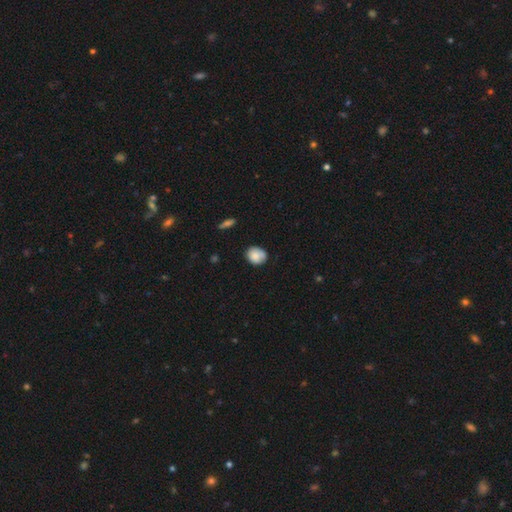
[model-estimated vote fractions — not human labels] smooth 80%, featured or disk 12%, star or artifact 8%. Down the decision tree: how rounded — round (58%); merging — none (69%).